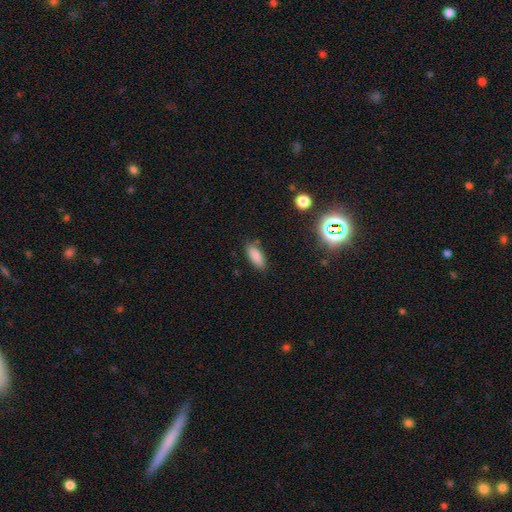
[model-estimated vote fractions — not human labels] A smooth galaxy with no disk features (84%) that is in between round and cigar-shaped (80%).

Vote fractions:
- Smooth or featured? smooth: 84% / star or artifact: 9% / featured or disk: 7%
- How rounded? in between: 80% / cigar-shaped: 18% / round: 2%
- Merging? none: 83% / minor disturbance: 13% / major disturbance: 3% / merger: 2%